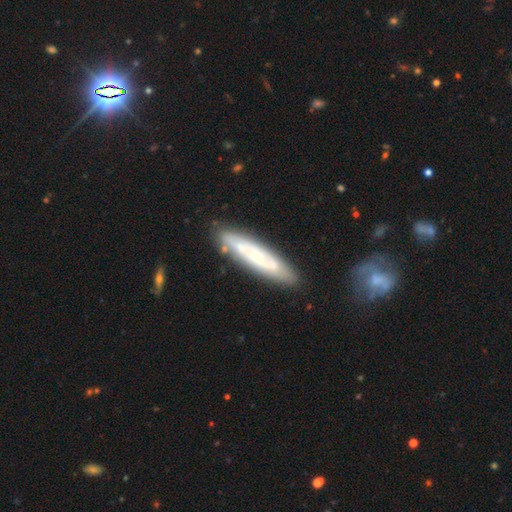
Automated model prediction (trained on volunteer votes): A featured or disk galaxy (55%). Merging: none (80%).